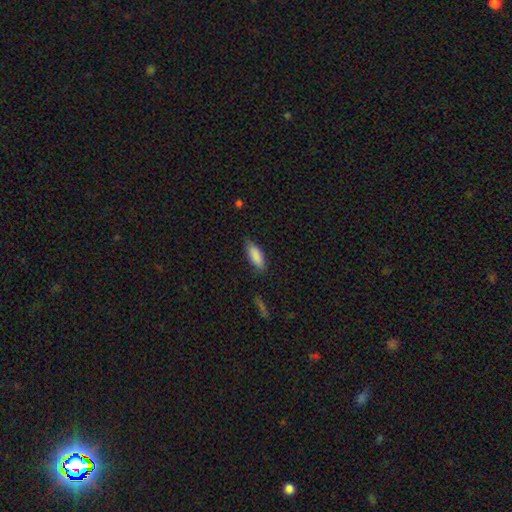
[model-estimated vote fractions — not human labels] This appears to be a smooth galaxy with no disk features (87%) that is in between round and cigar-shaped (74%). Merging: none (78%).